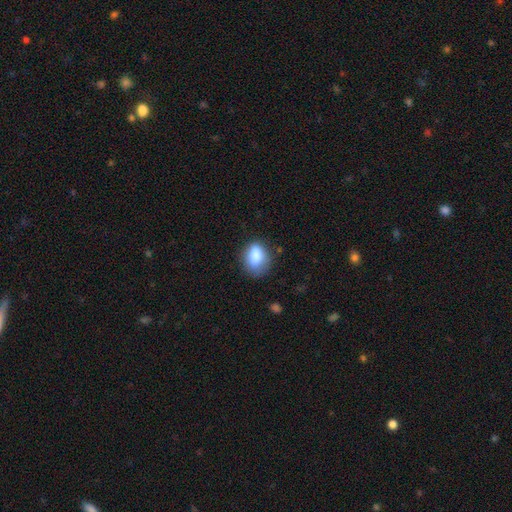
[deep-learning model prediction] Q: Smooth or featured?
A: smooth (85%); runner-up: star or artifact (8%)
Q: How rounded?
A: in between (70%); runner-up: round (28%)
Q: Merging?
A: none (67%); runner-up: minor disturbance (24%)